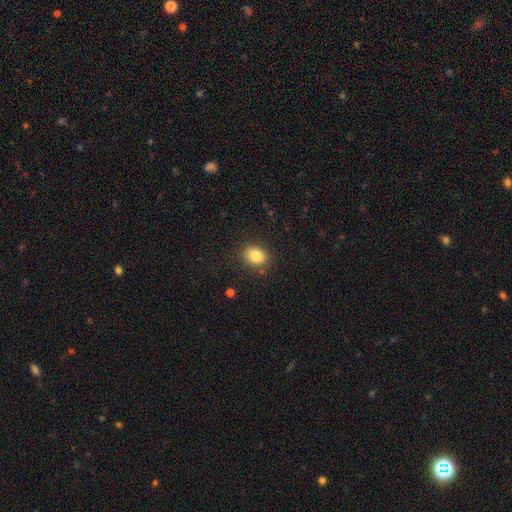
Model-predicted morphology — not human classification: Smooth or featured? Predicted: smooth (p=0.84). How rounded? Predicted: in between (p=0.55). Merging? Predicted: none (p=0.85).